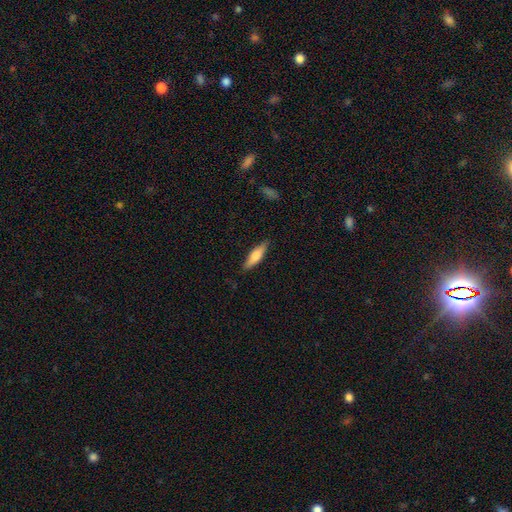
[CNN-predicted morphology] Overall: smooth (64%; featured or disk 31%). How rounded: cigar-shaped (68%; in between 30%). Merging: none (87%).